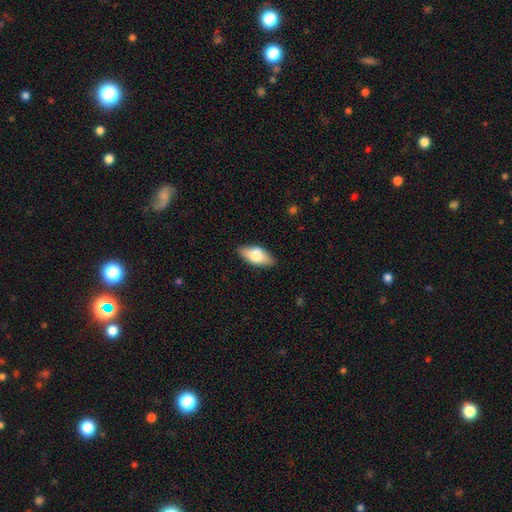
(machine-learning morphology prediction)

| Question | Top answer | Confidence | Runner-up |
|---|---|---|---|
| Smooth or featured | smooth | 69% | featured or disk (24%) |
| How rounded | in between | 85% | cigar-shaped (12%) |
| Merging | none | 84% | minor disturbance (12%) |